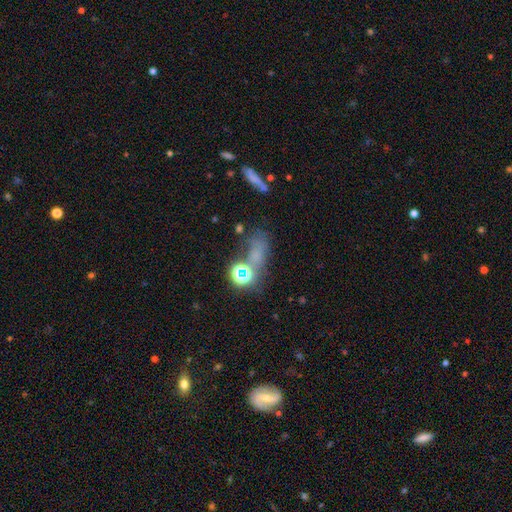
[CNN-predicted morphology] A star or artifact, not a galaxy (44%).

Vote fractions:
- Smooth or featured? star or artifact: 44% / smooth: 42% / featured or disk: 14%